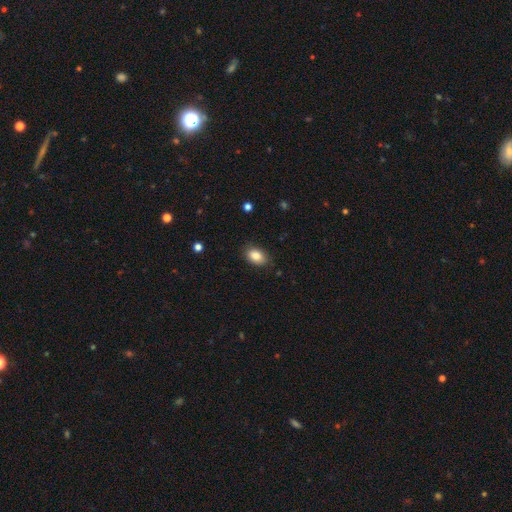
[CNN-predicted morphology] Smooth or featured?
  - smooth: 87% *
  - star or artifact: 8%
  - featured or disk: 5%
How rounded?
  - in between: 88% *
  - round: 11%
  - cigar-shaped: 1%
Merging?
  - none: 84% *
  - minor disturbance: 13%
  - major disturbance: 3%
  - merger: 1%